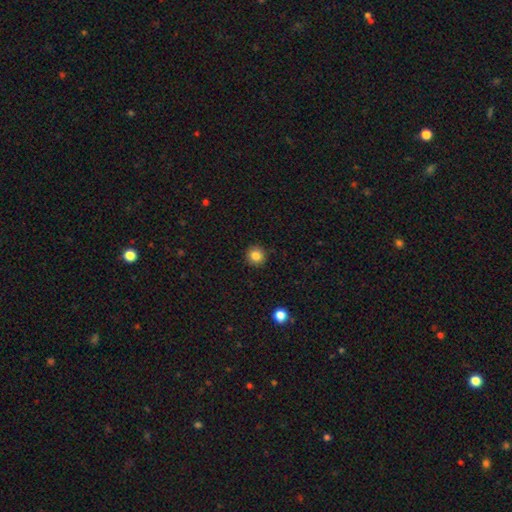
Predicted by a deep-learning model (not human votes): This appears to be a smooth galaxy with no disk features (83%) that is round (93%). Merging: none (91%).